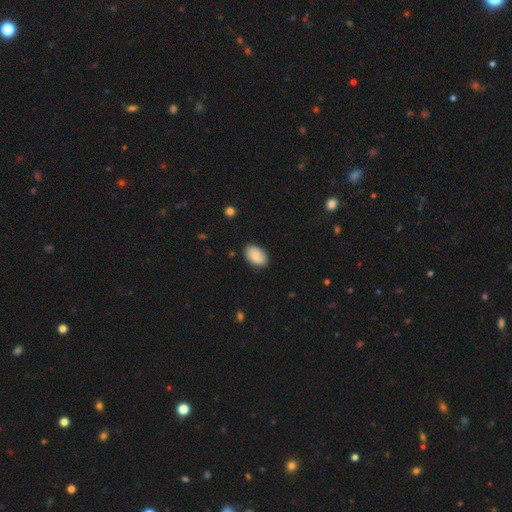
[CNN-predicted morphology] A smooth galaxy with no disk features (83%) that is in between round and cigar-shaped (92%). Merging: none (84%).